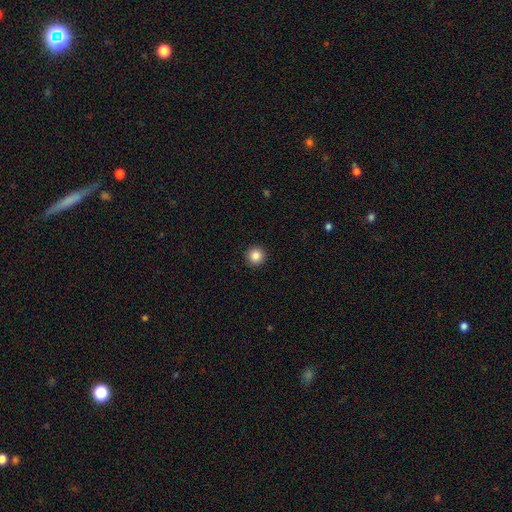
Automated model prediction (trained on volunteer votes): Smooth or featured?
  - smooth: 86% *
  - star or artifact: 10%
  - featured or disk: 4%
How rounded?
  - round: 96% *
  - in between: 3%
  - cigar-shaped: 1%
Merging?
  - none: 93% *
  - minor disturbance: 4%
  - major disturbance: 1%
  - merger: 1%